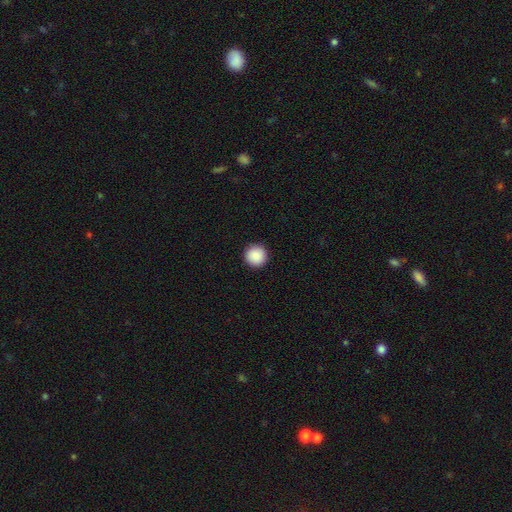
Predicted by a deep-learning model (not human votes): A smooth galaxy with no disk features (88%) that is round (96%).

Vote fractions:
- Smooth or featured? smooth: 88% / star or artifact: 8% / featured or disk: 4%
- How rounded? round: 96% / in between: 3% / cigar-shaped: 1%
- Merging? none: 93% / minor disturbance: 5% / major disturbance: 1% / merger: 1%